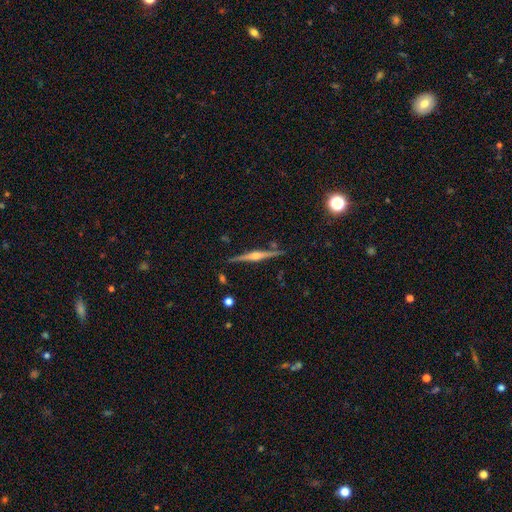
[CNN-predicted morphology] This is clearly a featured or disk galaxy (83%). It is clearly viewed edge-on (98%). Edge-on bulge: clearly rounded (89%). Merging: clearly none (88%).